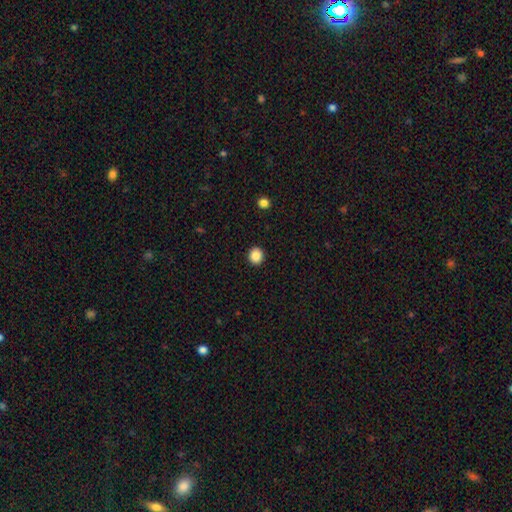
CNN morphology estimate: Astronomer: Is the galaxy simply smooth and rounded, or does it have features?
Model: smooth — 87%.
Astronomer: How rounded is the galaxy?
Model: round — 85%.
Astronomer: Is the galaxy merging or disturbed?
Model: none — 93%.